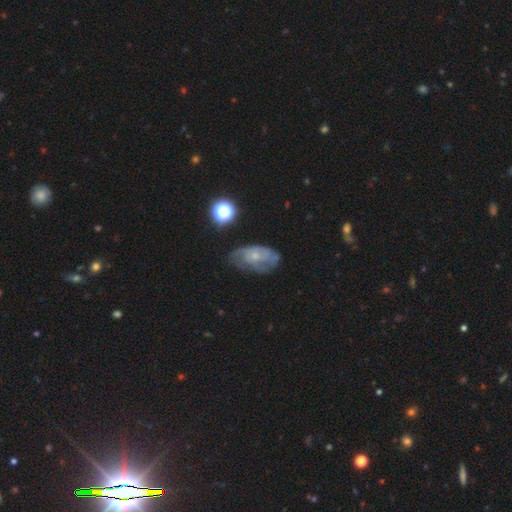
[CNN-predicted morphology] Smooth or featured? Predicted: featured or disk (p=0.62). Edge-on disk? Predicted: no (p=0.94). Bar? Predicted: no (p=0.80). Spiral arms? Predicted: yes (p=0.66). Bulge size? Predicted: small (p=0.68). Merging? Predicted: none (p=0.51).